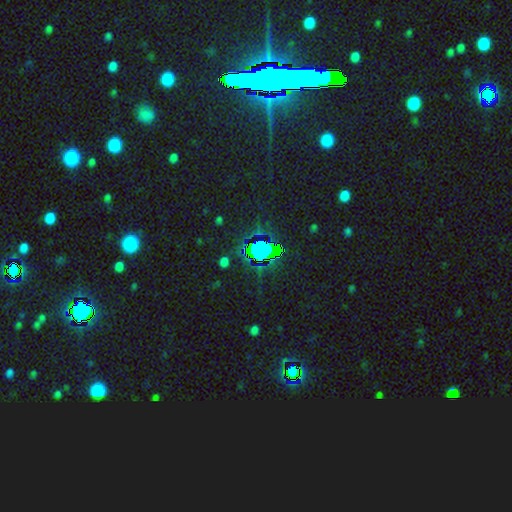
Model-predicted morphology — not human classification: star or artifact 72%, smooth 18%, featured or disk 10%.